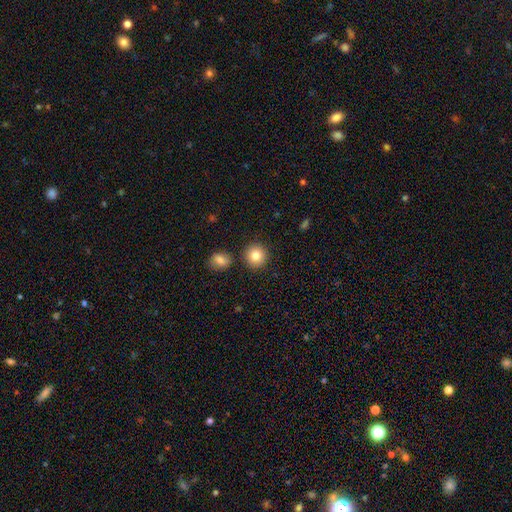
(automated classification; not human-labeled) Q: Smooth or featured?
A: smooth (83%); runner-up: star or artifact (10%)
Q: How rounded?
A: round (93%); runner-up: in between (6%)
Q: Merging?
A: none (87%); runner-up: minor disturbance (6%)